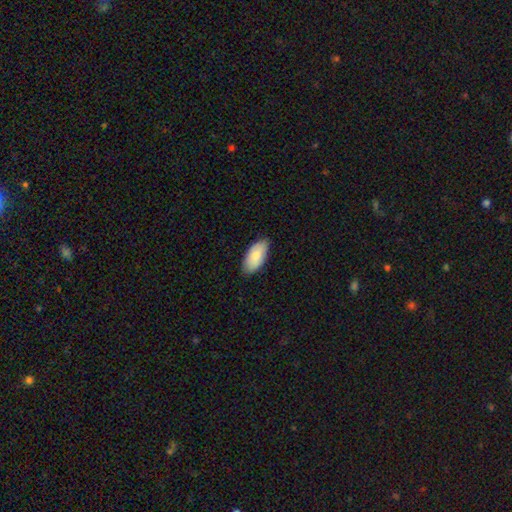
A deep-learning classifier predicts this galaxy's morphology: This is clearly a smooth galaxy (80%). How rounded: clearly in between (93%). Merging: clearly none (83%).